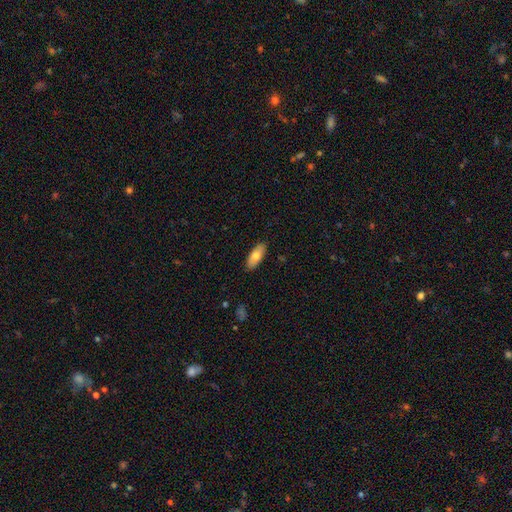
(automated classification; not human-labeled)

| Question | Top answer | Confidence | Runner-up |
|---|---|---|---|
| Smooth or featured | smooth | 74% | featured or disk (20%) |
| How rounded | in between | 76% | cigar-shaped (22%) |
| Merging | none | 89% | minor disturbance (9%) |